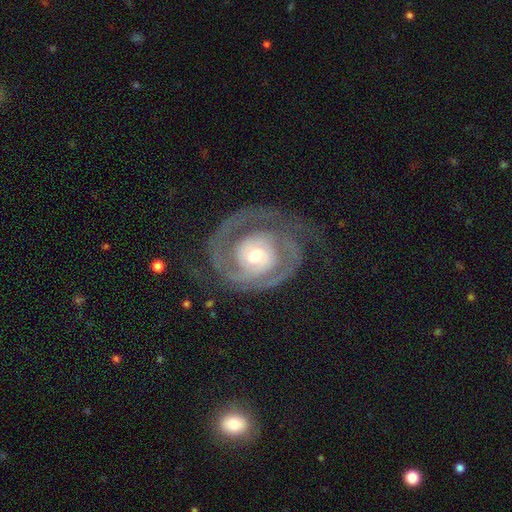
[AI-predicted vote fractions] Smooth or featured?
  - featured or disk: 90% *
  - smooth: 6%
  - star or artifact: 5%
Edge-on disk?
  - no: 97% *
  - yes: 3%
Bar?
  - no: 69% *
  - weak: 22%
  - strong: 10%
Spiral arms?
  - yes: 97% *
  - no: 3%
Spiral winding?
  - tight: 68% *
  - medium: 27%
  - loose: 5%
Spiral arm count?
  - 2: 67% *
  - 1: 10%
  - can't tell: 9%
  - 3: 9%
  - 4: 3%
  - more than 4: 3%
Bulge size?
  - moderate: 58% *
  - small: 33%
  - large: 6%
  - dominant: 1%
  - none: 1%
Merging?
  - none: 70% *
  - minor disturbance: 16%
  - major disturbance: 13%
  - merger: 2%